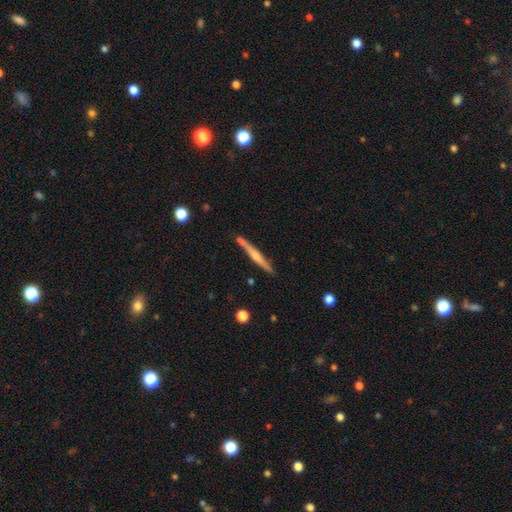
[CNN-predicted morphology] This appears to be a featured or disk galaxy (58%) viewed edge-on (97%) with a rounded central bulge (69%). Merging: none (80%).